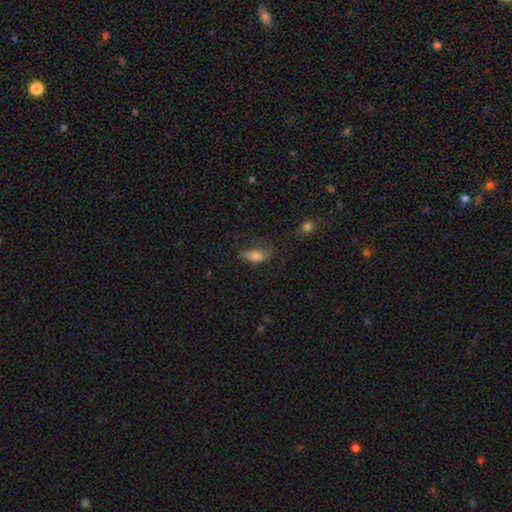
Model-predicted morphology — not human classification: smooth-or-featured: smooth: 76% | featured or disk: 13% | star or artifact: 10%
  how-rounded: in between: 82% | cigar-shaped: 11% | round: 6%
  merging: none: 43% | minor disturbance: 31% | major disturbance: 22% | merger: 4%